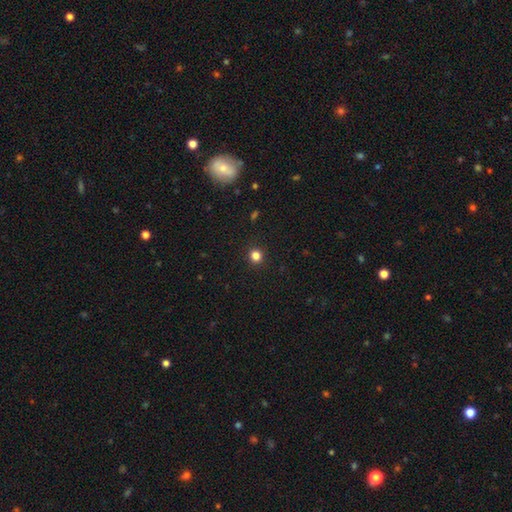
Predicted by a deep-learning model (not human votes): Smooth or featured? smooth (82%)
How rounded? round (90%)
Merging? none (92%)